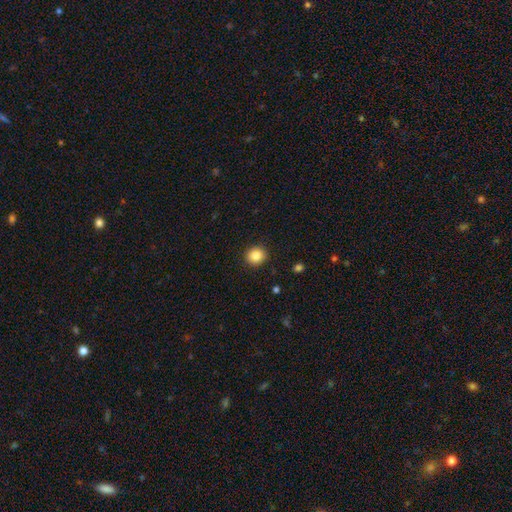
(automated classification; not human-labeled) smooth 87%, star or artifact 9%, featured or disk 4%. Down the decision tree: how rounded — round (87%); merging — none (91%).